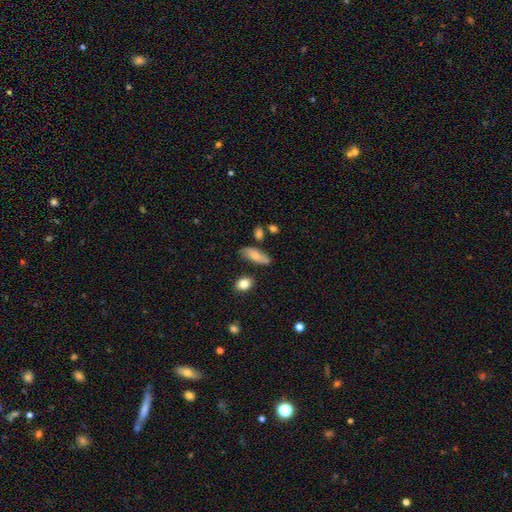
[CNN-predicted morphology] Smooth or featured: smooth — 73% (featured or disk — 20%)
How rounded: in between — 71% (cigar-shaped — 26%)
Merging: none — 71% (minor disturbance — 20%)